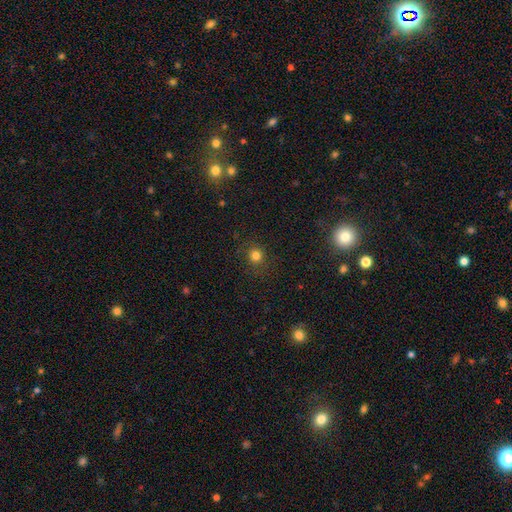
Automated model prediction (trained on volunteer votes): Smooth or featured? Predicted: smooth (p=0.78). How rounded? Predicted: round (p=0.89). Merging? Predicted: none (p=0.86).